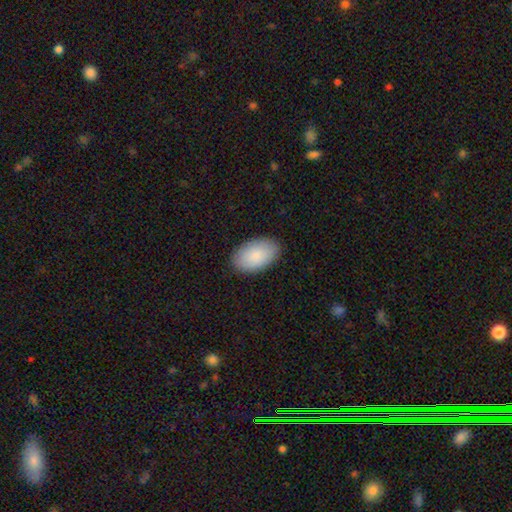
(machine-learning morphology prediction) Smooth or featured? smooth (89%)
How rounded? in between (95%)
Merging? none (88%)